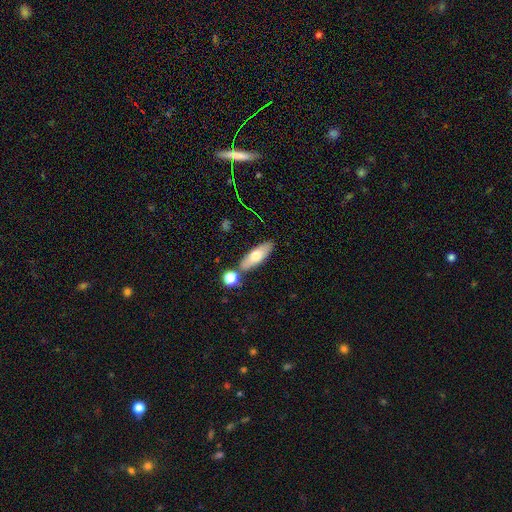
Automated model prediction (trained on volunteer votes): smooth 67%, featured or disk 26%, star or artifact 7%. Down the decision tree: how rounded — in between (54%); merging — none (73%).